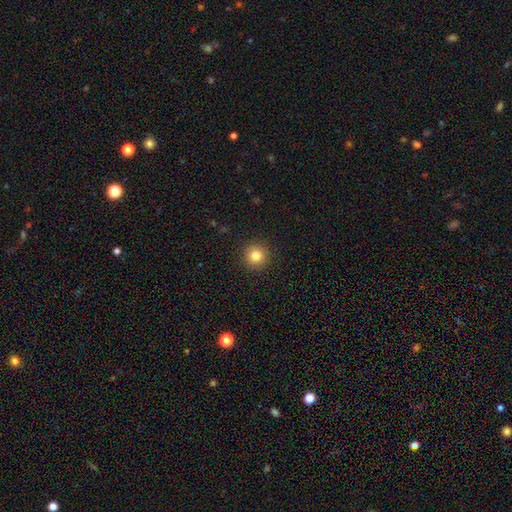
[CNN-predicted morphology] Overall: smooth (83%). How rounded: round (95%). Merging: none (92%).